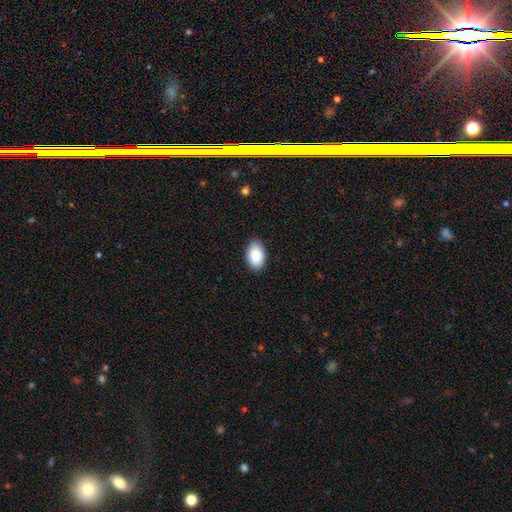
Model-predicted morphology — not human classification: smooth_or_featured: smooth (p=0.88) [alt: star or artifact p=0.06]
how_rounded: in between (p=0.93) [alt: round p=0.06]
merging: none (p=0.87) [alt: minor disturbance p=0.10]